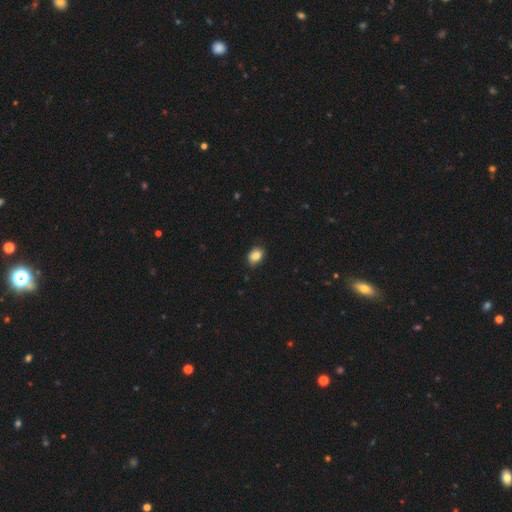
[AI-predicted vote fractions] Smooth or featured? Predicted: smooth (p=0.86). How rounded? Predicted: in between (p=0.73). Merging? Predicted: none (p=0.85).